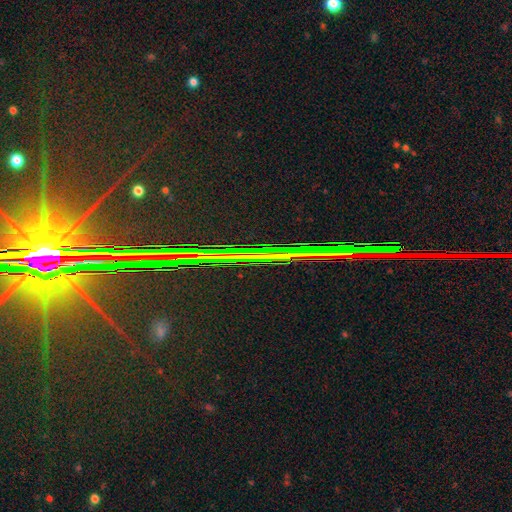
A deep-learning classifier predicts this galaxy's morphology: Smooth or featured? star or artifact (81%)